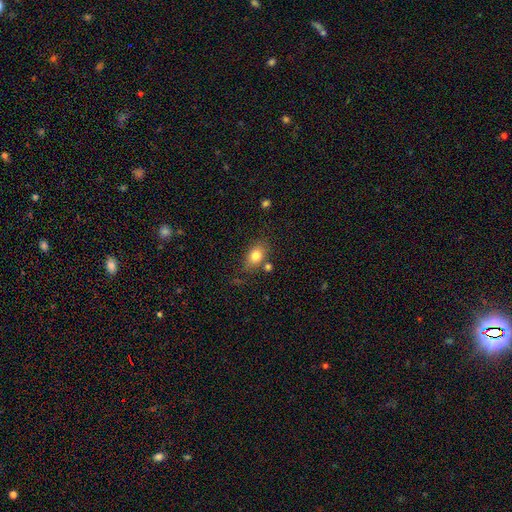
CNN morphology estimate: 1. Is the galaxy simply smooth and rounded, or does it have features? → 80% smooth, 11% featured or disk, 9% star or artifact.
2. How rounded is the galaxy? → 76% in between, 22% round, 2% cigar-shaped.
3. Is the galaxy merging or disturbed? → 69% none, 17% minor disturbance, 9% merger, 5% major disturbance.